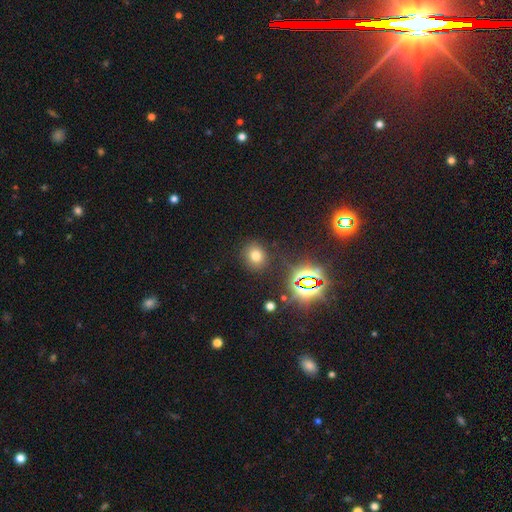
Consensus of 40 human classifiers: A smooth galaxy with no disk features (72%) that is round (72%). Merging: none (91%).